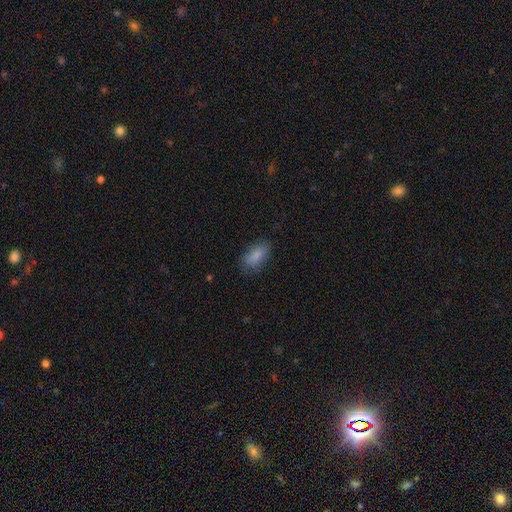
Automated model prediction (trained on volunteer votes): This is clearly a smooth galaxy (86%). How rounded: clearly in between (87%). Merging: likely none (78%).